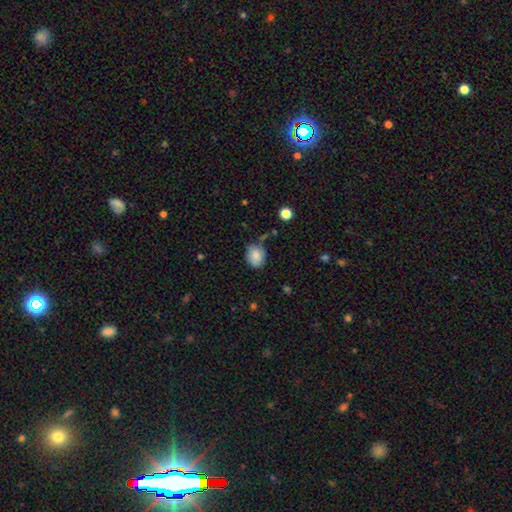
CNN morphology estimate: A smooth galaxy with no disk features (83%) that is in between round and cigar-shaped (57%).

Vote fractions:
- Smooth or featured? smooth: 83% / featured or disk: 8% / star or artifact: 8%
- How rounded? in between: 57% / round: 42% / cigar-shaped: 1%
- Merging? none: 69% / minor disturbance: 22% / merger: 4% / major disturbance: 4%